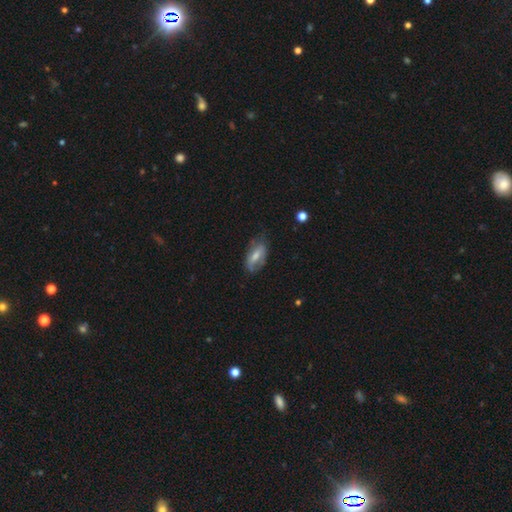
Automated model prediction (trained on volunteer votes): smooth_or_featured: smooth (p=0.48) [alt: featured or disk p=0.45]
merging: none (p=0.60) [alt: minor disturbance p=0.28]